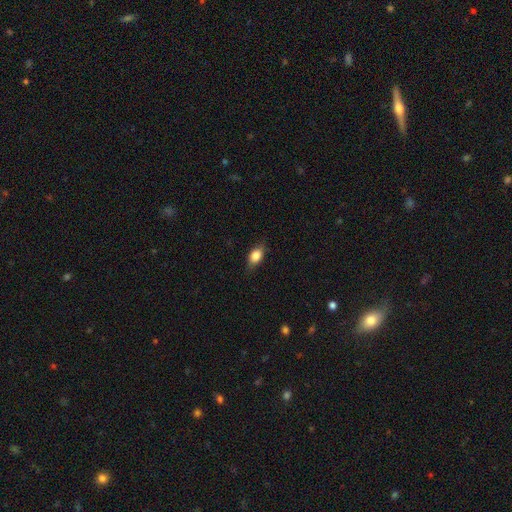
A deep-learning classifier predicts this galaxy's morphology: Smooth or featured? Predicted: smooth (p=0.80). How rounded? Predicted: in between (p=0.80). Merging? Predicted: none (p=0.78).